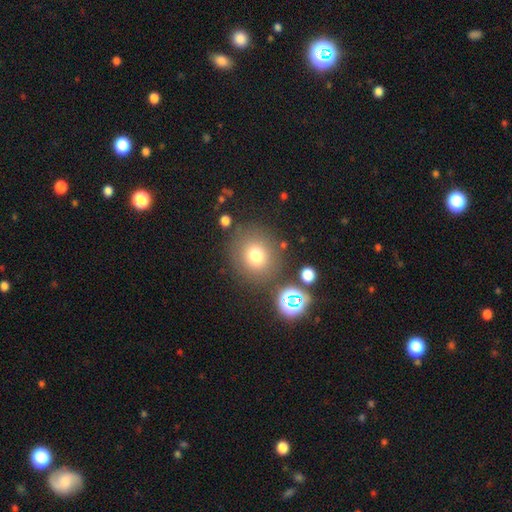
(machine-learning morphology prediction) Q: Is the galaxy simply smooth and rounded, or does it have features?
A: smooth — 74%.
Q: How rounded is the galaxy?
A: round — 86%.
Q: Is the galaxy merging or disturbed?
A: none — 80%.